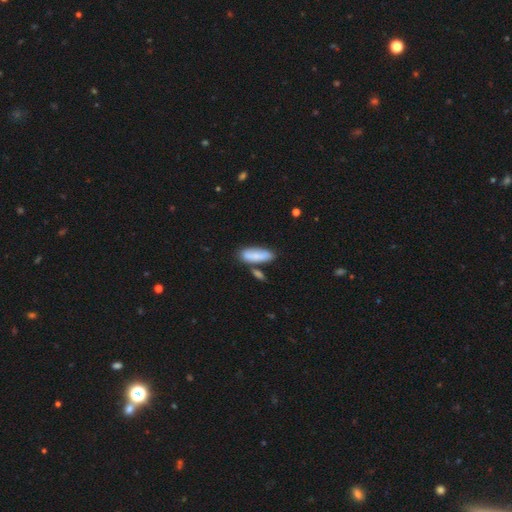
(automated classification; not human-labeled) Smooth or featured? Predicted: smooth (p=0.83). How rounded? Predicted: in between (p=0.60). Merging? Predicted: none (p=0.64).